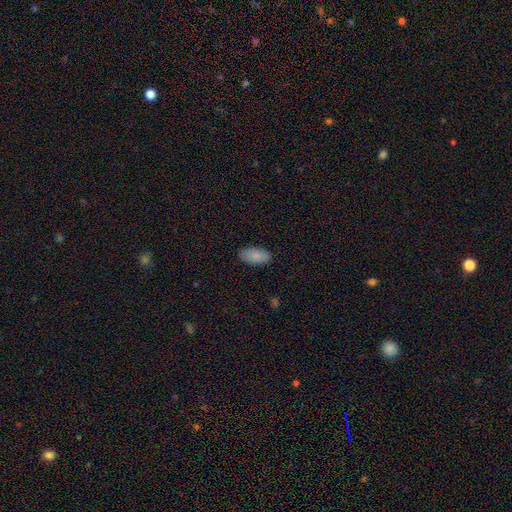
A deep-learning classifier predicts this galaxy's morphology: The model was most divided on "merging": none: 87%, minor disturbance: 9%, major disturbance: 2%, merger: 1%. More confident: how rounded — in between (93%); smooth or featured — smooth (87%).